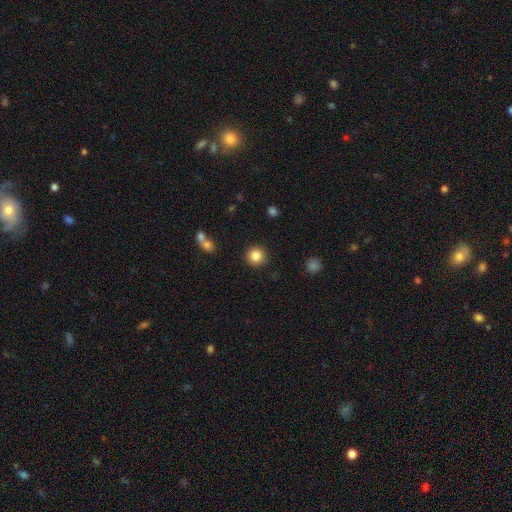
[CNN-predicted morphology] A smooth galaxy with no disk features (84%) that is round (94%).

Vote fractions:
- Smooth or featured? smooth: 84% / star or artifact: 10% / featured or disk: 6%
- How rounded? round: 94% / in between: 5% / cigar-shaped: 1%
- Merging? none: 90% / minor disturbance: 6% / major disturbance: 2% / merger: 2%